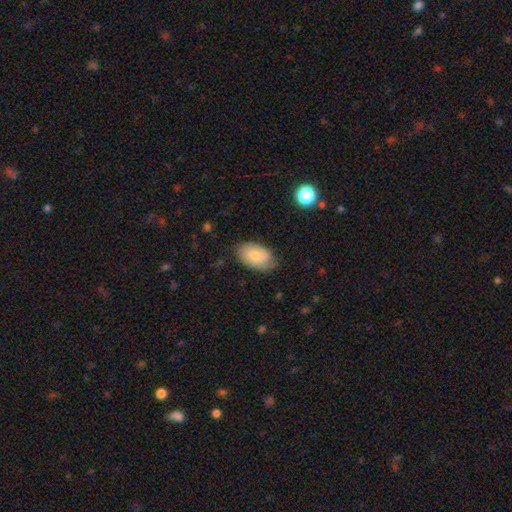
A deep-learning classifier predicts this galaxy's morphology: Smooth or featured: smooth — 67% (featured or disk — 26%)
How rounded: in between — 92% (round — 6%)
Merging: none — 67% (minor disturbance — 25%)